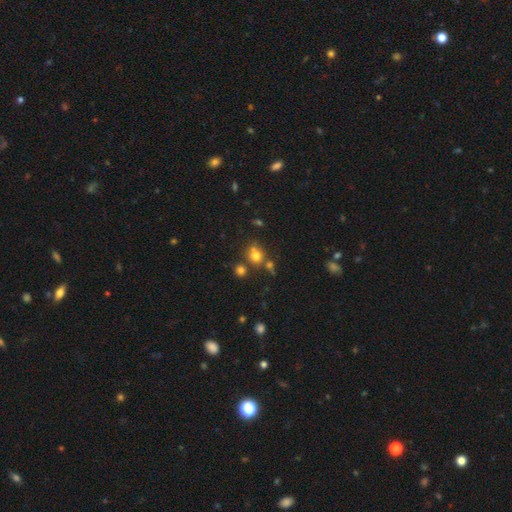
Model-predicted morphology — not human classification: This appears to be a smooth galaxy with no disk features (73%) that is round (72%). Merging: none (55%).